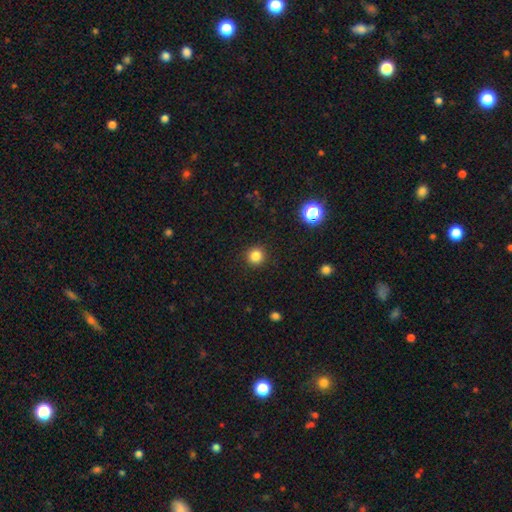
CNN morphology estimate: smooth-or-featured: smooth: 84% | star or artifact: 12% | featured or disk: 4%
  how-rounded: round: 94% | in between: 5% | cigar-shaped: 1%
  merging: none: 92% | minor disturbance: 5% | major disturbance: 2% | merger: 1%